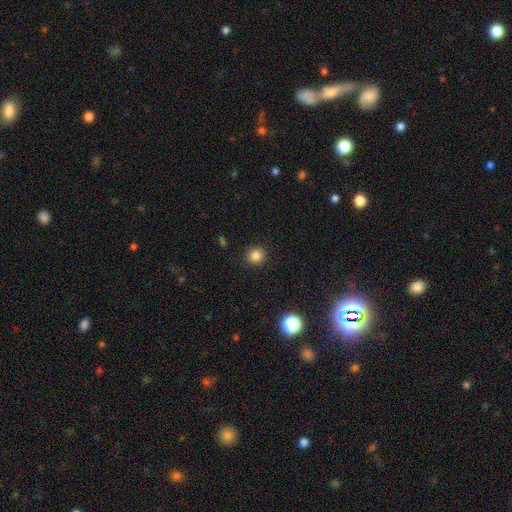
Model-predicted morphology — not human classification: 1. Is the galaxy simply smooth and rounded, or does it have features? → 83% smooth, 12% star or artifact, 5% featured or disk.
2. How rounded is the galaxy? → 89% round, 10% in between, 1% cigar-shaped.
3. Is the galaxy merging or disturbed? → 91% none, 6% minor disturbance, 2% major disturbance, 1% merger.